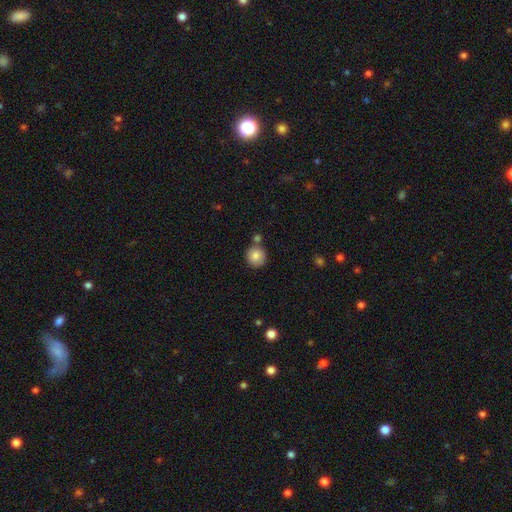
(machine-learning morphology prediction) A smooth galaxy with no disk features (83%) that is round (93%).

Vote fractions:
- Smooth or featured? smooth: 83% / star or artifact: 9% / featured or disk: 8%
- How rounded? round: 93% / in between: 6% / cigar-shaped: 1%
- Merging? none: 73% / merger: 14% / minor disturbance: 10% / major disturbance: 3%